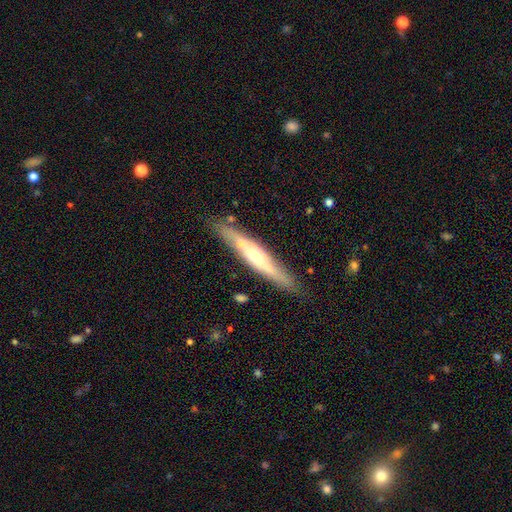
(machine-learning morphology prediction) Smooth or featured? featured or disk (61%)
Edge-on disk? yes (79%)
Merging? none (79%)